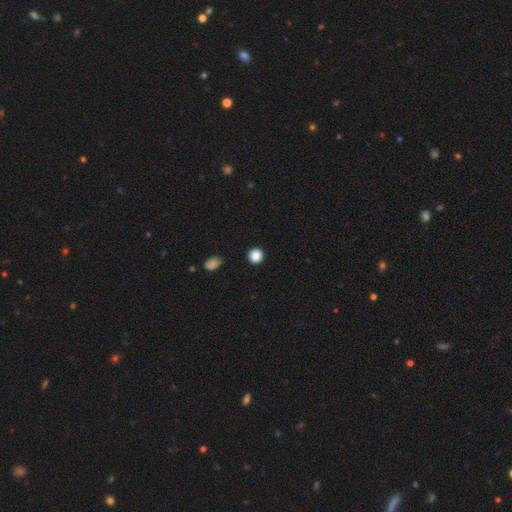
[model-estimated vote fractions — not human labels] Smooth or featured: smooth — 86% (star or artifact — 11%)
How rounded: round — 94% (in between — 5%)
Merging: none — 92% (minor disturbance — 5%)